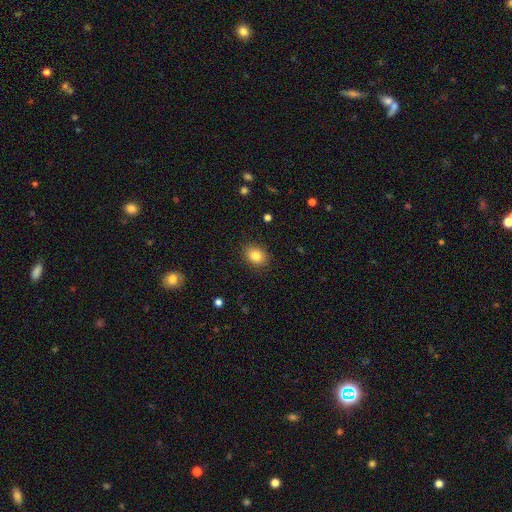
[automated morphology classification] This is clearly a smooth galaxy (83%). How rounded: possibly in between (56%). Merging: clearly none (89%).